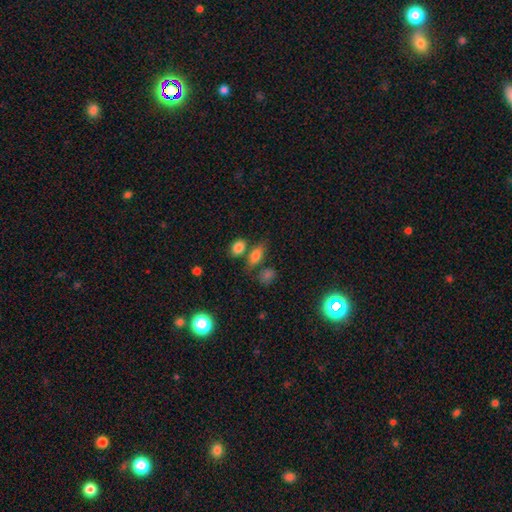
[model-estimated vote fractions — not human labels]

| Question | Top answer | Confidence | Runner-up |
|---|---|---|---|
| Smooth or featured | smooth | 78% | star or artifact (11%) |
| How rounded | in between | 81% | round (11%) |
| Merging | none | 61% | merger (18%) |